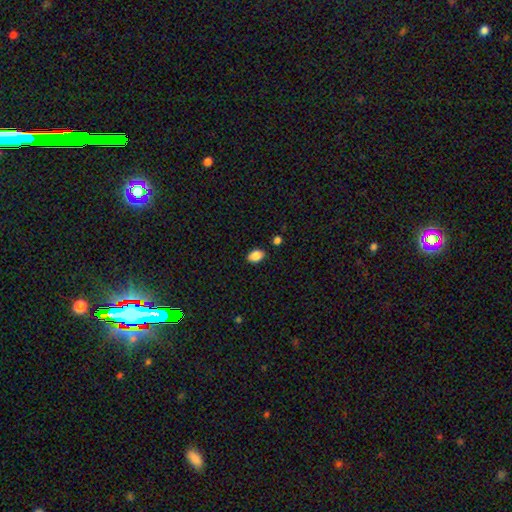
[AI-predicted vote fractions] A smooth galaxy with no disk features (88%) that is in between round and cigar-shaped (83%). Merging: none (84%).